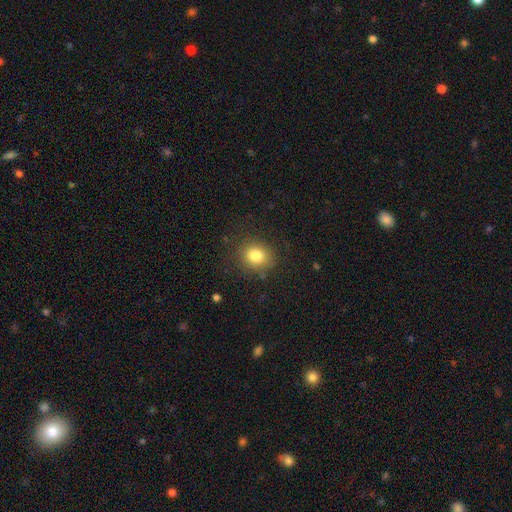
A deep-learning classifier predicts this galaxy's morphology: This is clearly a smooth galaxy (81%). How rounded: likely round (75%). Merging: clearly none (85%).